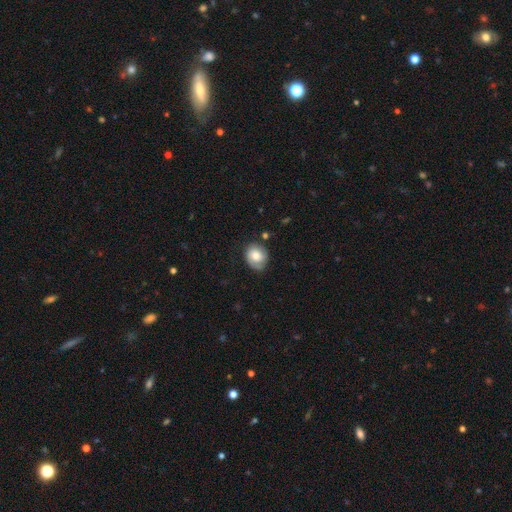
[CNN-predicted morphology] A smooth galaxy with no disk features (67%) that is round (61%).

Vote fractions:
- Smooth or featured? smooth: 67% / featured or disk: 25% / star or artifact: 8%
- How rounded? round: 61% / in between: 38% / cigar-shaped: 1%
- Merging? none: 69% / minor disturbance: 23% / major disturbance: 5% / merger: 2%